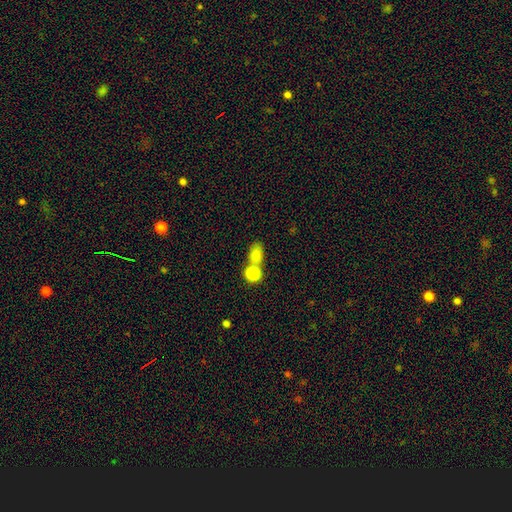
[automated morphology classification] Smooth or featured?
  - smooth: 79% *
  - star or artifact: 13%
  - featured or disk: 8%
How rounded?
  - in between: 71% *
  - round: 26%
  - cigar-shaped: 3%
Merging?
  - none: 45% *
  - merger: 39%
  - minor disturbance: 10%
  - major disturbance: 5%